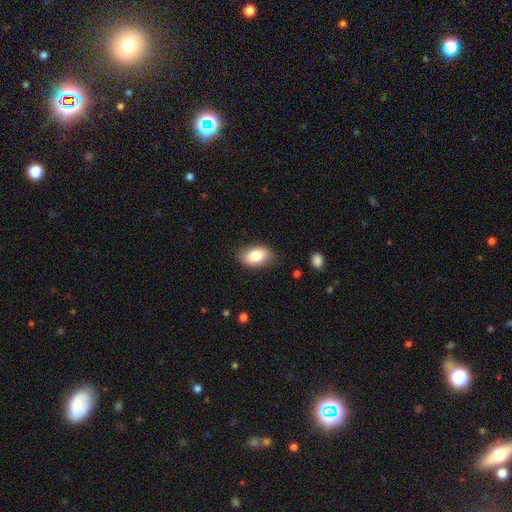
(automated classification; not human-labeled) The model was most divided on "merging": none: 81%, minor disturbance: 15%, major disturbance: 3%, merger: 1%. More confident: how rounded — in between (90%); smooth or featured — smooth (84%).